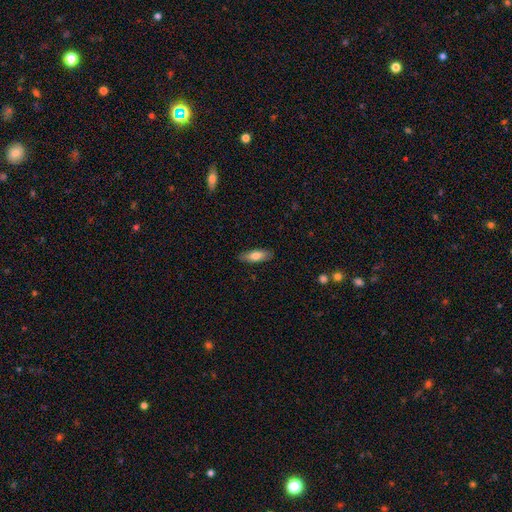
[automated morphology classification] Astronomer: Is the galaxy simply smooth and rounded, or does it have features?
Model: smooth — 74%.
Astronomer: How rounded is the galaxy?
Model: in between — 58% (runner-up: cigar-shaped, 39%).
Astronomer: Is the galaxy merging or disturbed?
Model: none — 85%.